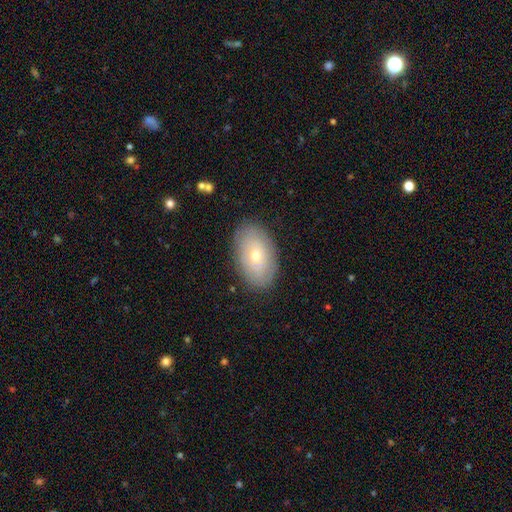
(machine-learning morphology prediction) This is possibly a smooth galaxy (59%). How rounded: clearly in between (92%). Merging: clearly none (86%).